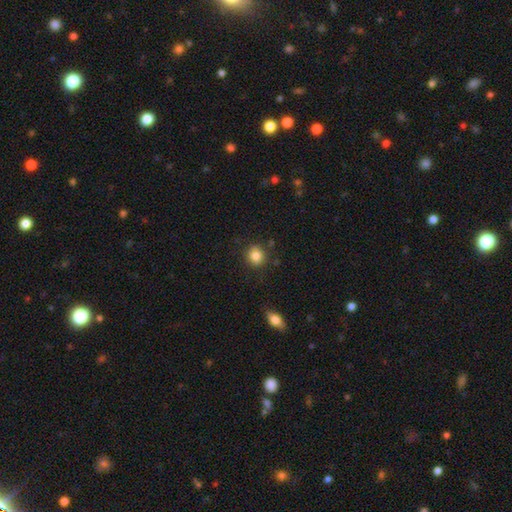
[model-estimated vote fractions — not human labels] smooth_or_featured: smooth (p=0.84) [alt: star or artifact p=0.10]
how_rounded: round (p=0.83) [alt: in between p=0.16]
merging: none (p=0.84) [alt: minor disturbance p=0.11]